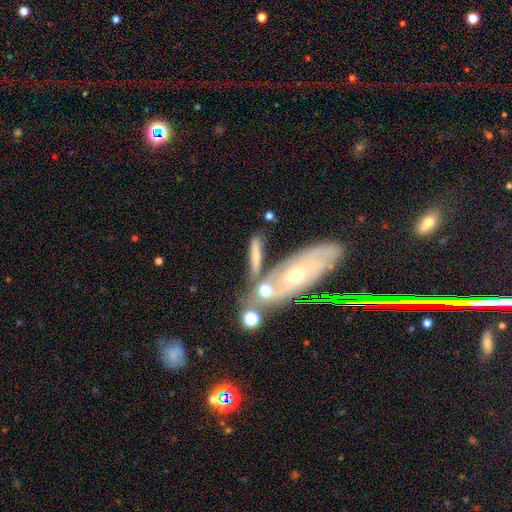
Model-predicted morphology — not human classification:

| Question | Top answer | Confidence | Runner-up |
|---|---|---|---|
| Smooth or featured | smooth | 56% | featured or disk (36%) |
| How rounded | cigar-shaped | 68% | in between (24%) |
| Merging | none | 55% | merger (24%) |